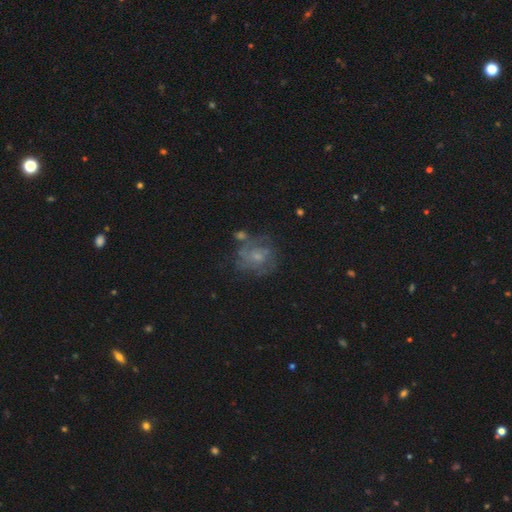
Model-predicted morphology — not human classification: A featured or disk galaxy (62%) with no bar (71%), spiral arms (73%) and a small central bulge (56%). Merging: none (57%).